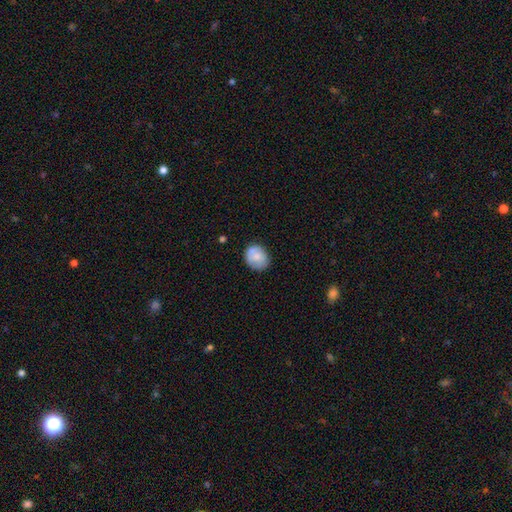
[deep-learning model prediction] Overall: smooth (73%). How rounded: round (58%; in between 41%). Merging: none (67%).